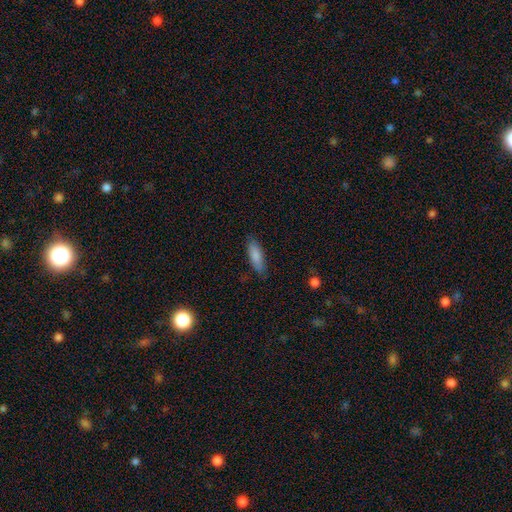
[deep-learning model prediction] This appears to be a smooth galaxy with no disk features (84%) that is in between round and cigar-shaped (56%). Merging: none (80%).